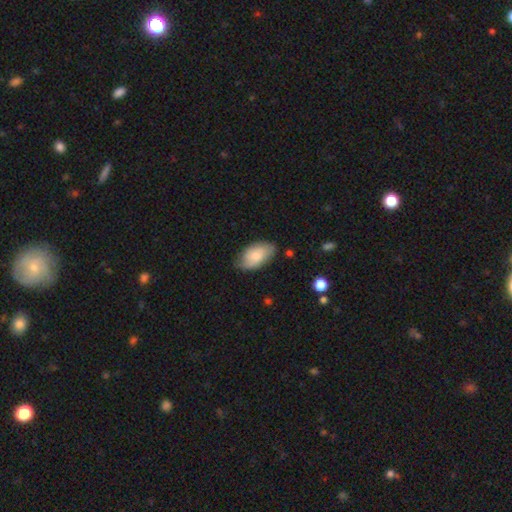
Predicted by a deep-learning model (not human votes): Morphology: type=smooth (74%); roundness=in between (94%); merging=none (72%).